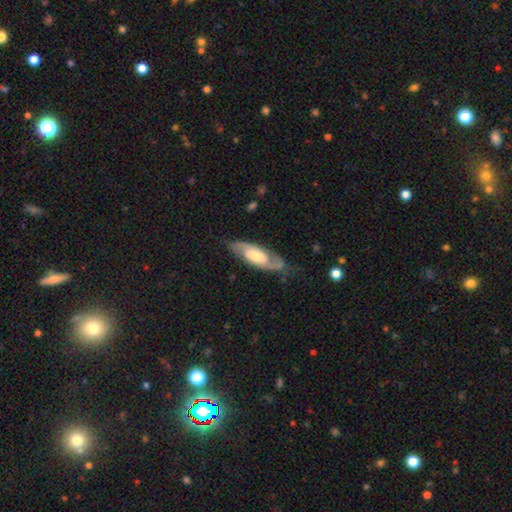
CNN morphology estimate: smooth_or_featured: featured or disk (p=0.77) [alt: smooth p=0.18]
disk_edge_on: no (p=0.87) [alt: yes p=0.13]
bar: no (p=0.43) [alt: weak p=0.40]
has_spiral_arms: yes (p=0.93) [alt: no p=0.07]
spiral_winding: medium (p=0.47) [alt: tight p=0.36]
spiral_arm_count: 2 (p=0.85) [alt: can't tell p=0.09]
bulge_size: moderate (p=0.51) [alt: large p=0.21]
merging: none (p=0.76) [alt: minor disturbance p=0.17]